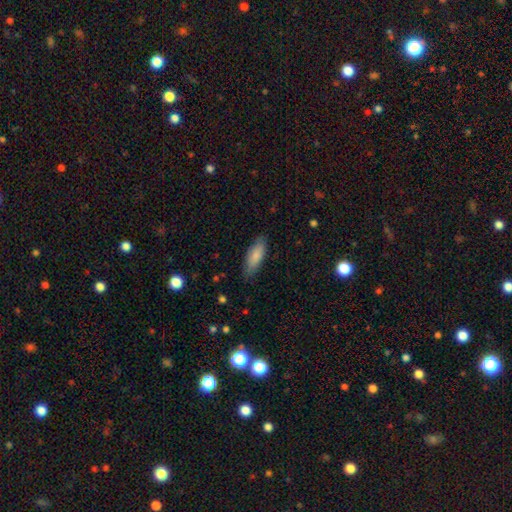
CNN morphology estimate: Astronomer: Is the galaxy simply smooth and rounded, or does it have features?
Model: smooth — 84%.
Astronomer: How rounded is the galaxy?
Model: in between — 66%.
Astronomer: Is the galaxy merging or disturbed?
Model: none — 81%.